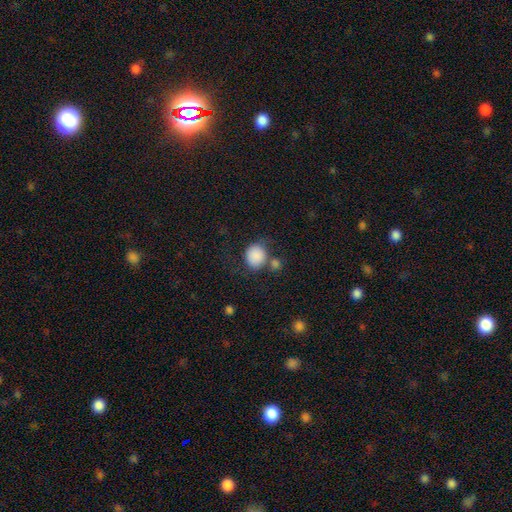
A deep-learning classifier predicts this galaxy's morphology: Q: Smooth or featured?
A: smooth (87%); runner-up: star or artifact (8%)
Q: How rounded?
A: round (73%); runner-up: in between (26%)
Q: Merging?
A: none (60%); runner-up: merger (18%)